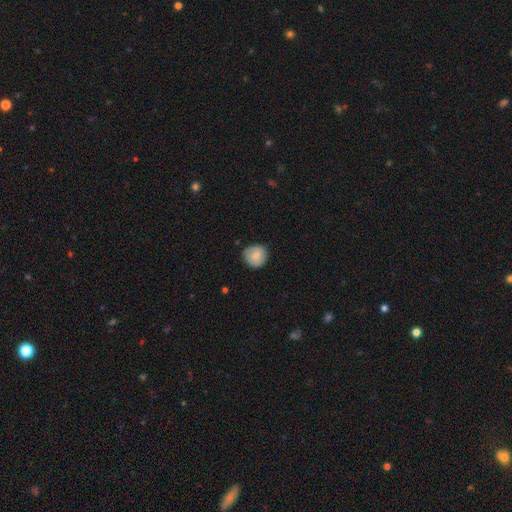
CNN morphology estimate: Overall: smooth (79%). How rounded: round (88%). Merging: none (77%).